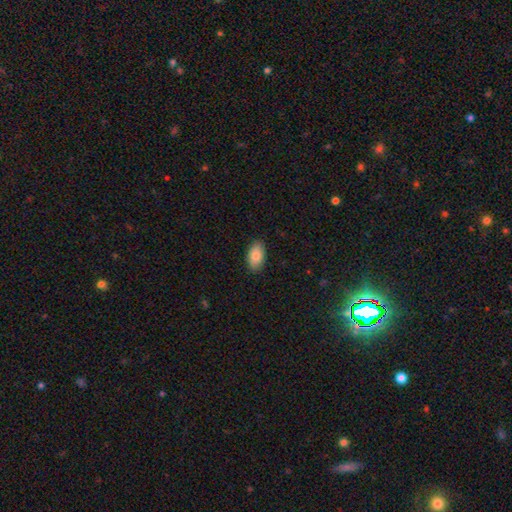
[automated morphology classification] type=smooth (86%); roundness=in between (94%); merging=none (88%).